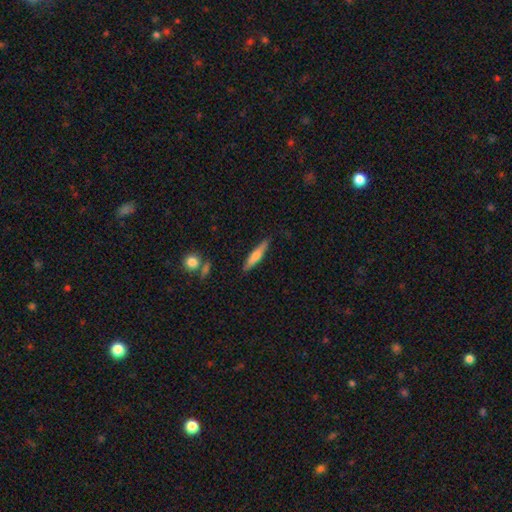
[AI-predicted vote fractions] smooth-or-featured: smooth: 61% | featured or disk: 33% | star or artifact: 6%
  how-rounded: cigar-shaped: 85% | in between: 13% | round: 2%
  merging: none: 86% | minor disturbance: 10% | major disturbance: 2% | merger: 2%